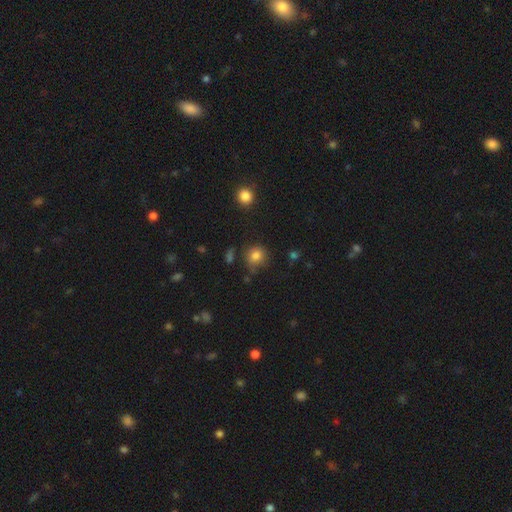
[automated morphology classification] Smooth or featured? smooth (80%)
How rounded? round (86%)
Merging? none (70%)